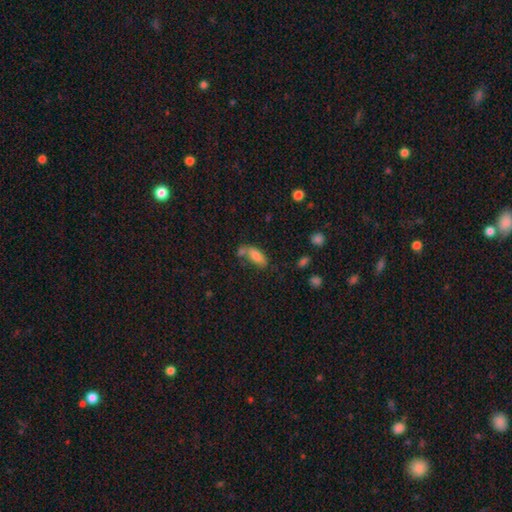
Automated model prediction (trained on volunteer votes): A smooth galaxy with no disk features (79%) that is in between round and cigar-shaped (80%).

Vote fractions:
- Smooth or featured? smooth: 79% / featured or disk: 12% / star or artifact: 10%
- How rounded? in between: 80% / cigar-shaped: 17% / round: 3%
- Merging? none: 47% / merger: 27% / minor disturbance: 18% / major disturbance: 8%